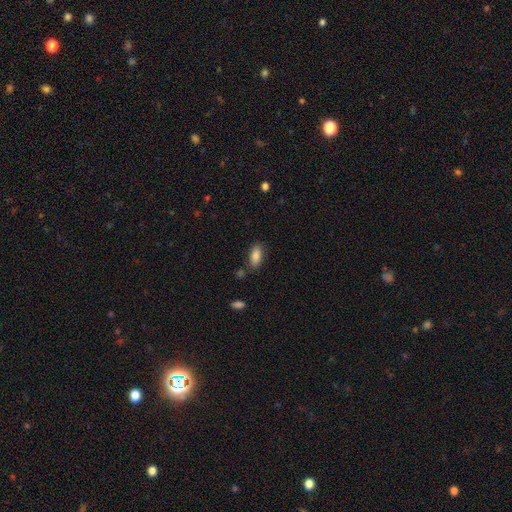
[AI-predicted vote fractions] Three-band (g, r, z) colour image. It shows a smooth galaxy with no disk features (86%) that is in between round and cigar-shaped (85%). Merging: none (80%).